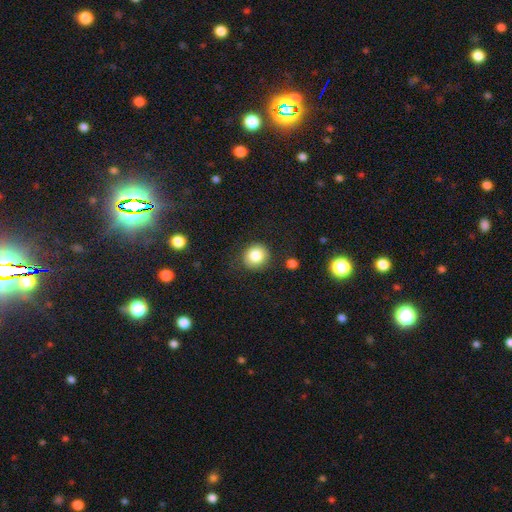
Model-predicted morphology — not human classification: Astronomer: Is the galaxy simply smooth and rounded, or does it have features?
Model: smooth — 84%.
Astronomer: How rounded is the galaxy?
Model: round — 85%.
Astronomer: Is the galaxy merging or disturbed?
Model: none — 81%.